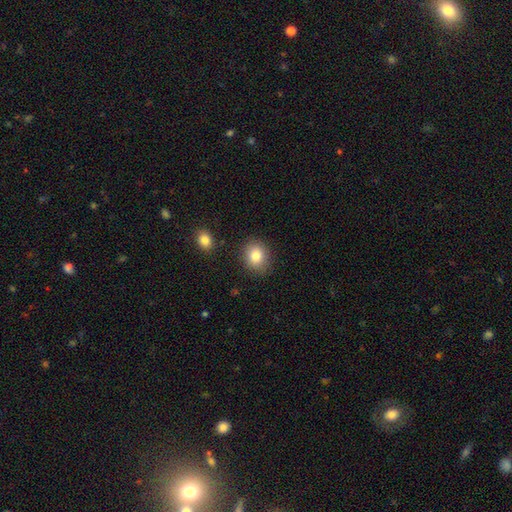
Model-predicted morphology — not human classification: This appears to be a smooth galaxy with no disk features (83%) that is round (66%). Merging: none (85%).